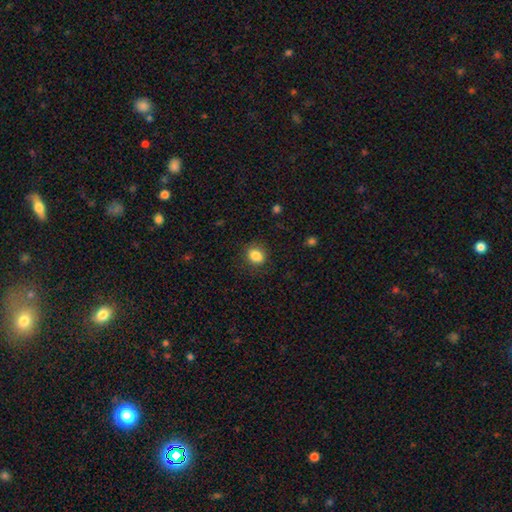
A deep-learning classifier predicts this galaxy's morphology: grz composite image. It shows a smooth galaxy with no disk features (86%) that is round (52%). Merging: none (84%).